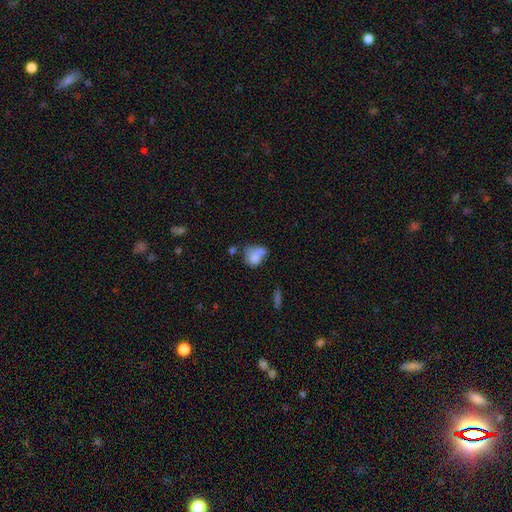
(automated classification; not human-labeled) Smooth or featured?
  - smooth: 69% *
  - featured or disk: 21%
  - star or artifact: 10%
How rounded?
  - in between: 53% *
  - round: 45%
  - cigar-shaped: 2%
Merging?
  - merger: 54% *
  - none: 24%
  - minor disturbance: 13%
  - major disturbance: 9%